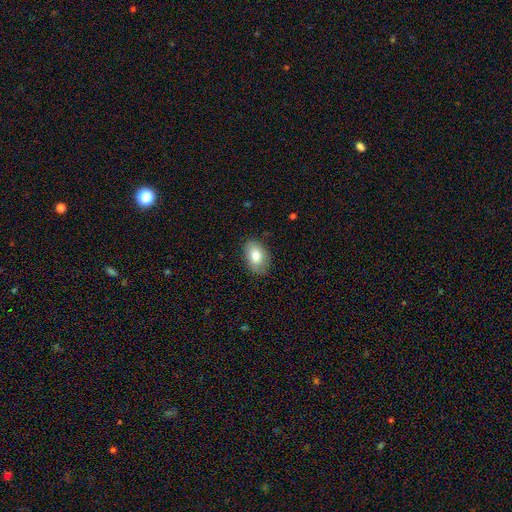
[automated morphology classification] smooth_or_featured: smooth (p=0.80) [alt: featured or disk p=0.13]
how_rounded: in between (p=0.88) [alt: round p=0.11]
merging: none (p=0.83) [alt: minor disturbance p=0.13]